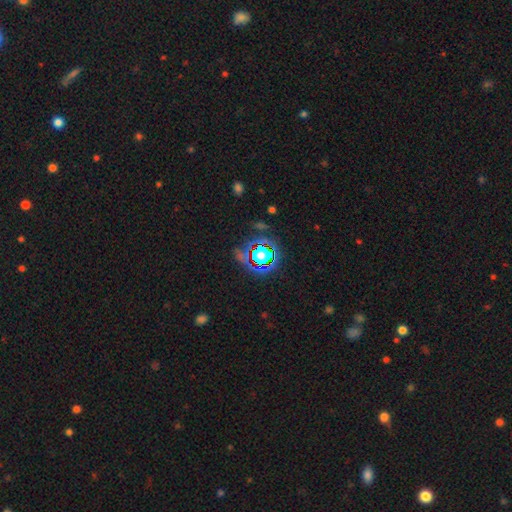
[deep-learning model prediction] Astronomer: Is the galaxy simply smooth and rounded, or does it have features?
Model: star or artifact — 76%.